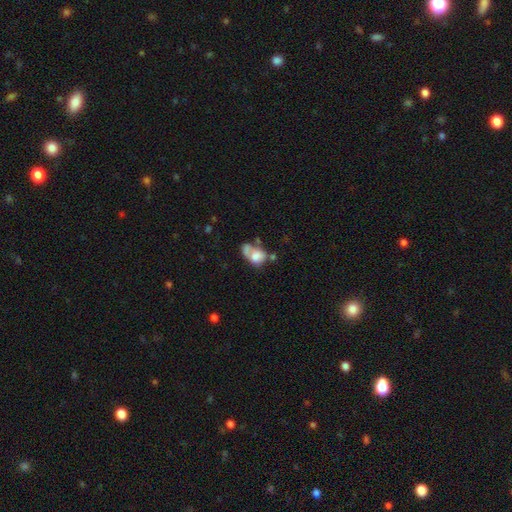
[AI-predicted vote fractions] A smooth galaxy with no disk features (64%) that is in between round and cigar-shaped (61%).

Vote fractions:
- Smooth or featured? smooth: 64% / featured or disk: 26% / star or artifact: 10%
- How rounded? in between: 61% / round: 37% / cigar-shaped: 2%
- Merging? merger: 45% / none: 21% / major disturbance: 19% / minor disturbance: 16%